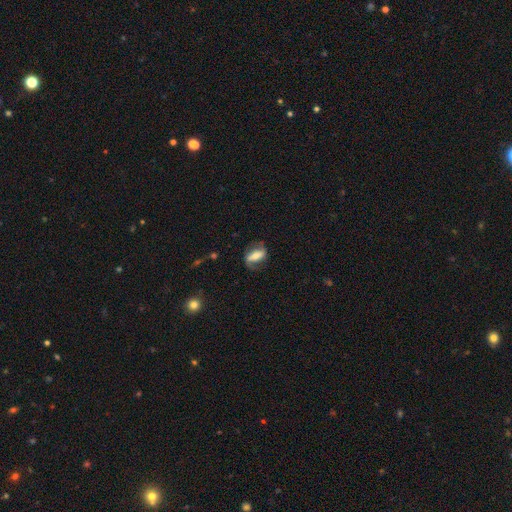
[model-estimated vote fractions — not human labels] featured or disk 52%, smooth 40%, star or artifact 8%. Down the decision tree: edge-on disk — no (86%); merging — none (65%).